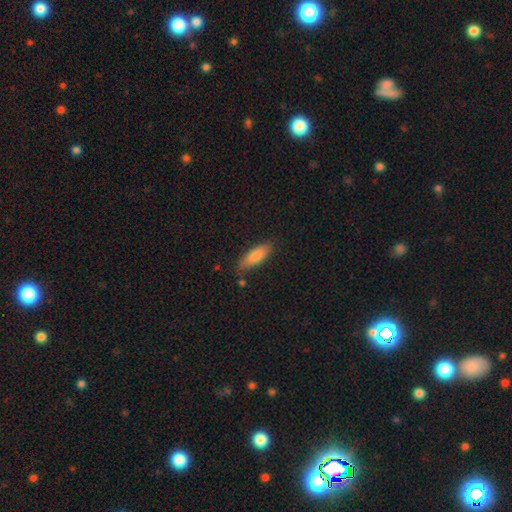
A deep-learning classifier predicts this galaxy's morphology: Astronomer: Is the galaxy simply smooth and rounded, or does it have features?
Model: smooth — 82%.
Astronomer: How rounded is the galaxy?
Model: in between — 58% (runner-up: cigar-shaped, 41%).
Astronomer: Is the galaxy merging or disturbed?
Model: none — 73%.